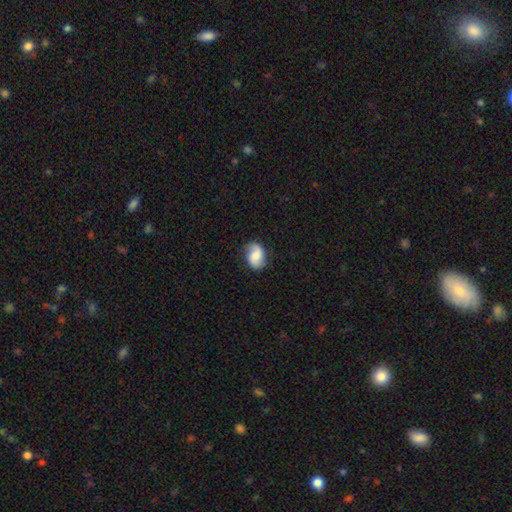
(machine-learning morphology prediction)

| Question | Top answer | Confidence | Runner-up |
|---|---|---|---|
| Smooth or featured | smooth | 47% | featured or disk (45%) |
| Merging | none | 76% | minor disturbance (18%) |